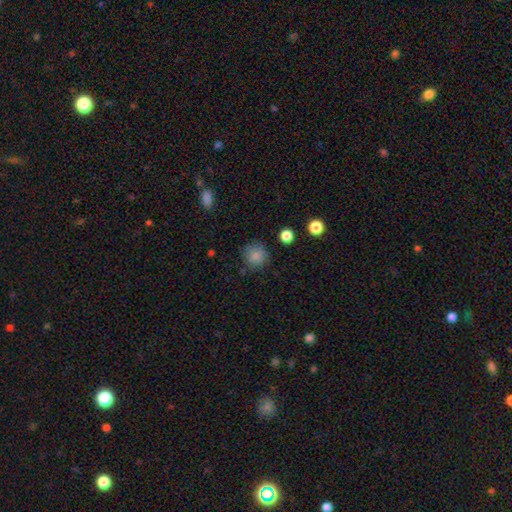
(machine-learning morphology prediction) This is clearly a smooth galaxy (85%). How rounded: clearly round (92%). Merging: clearly none (83%).